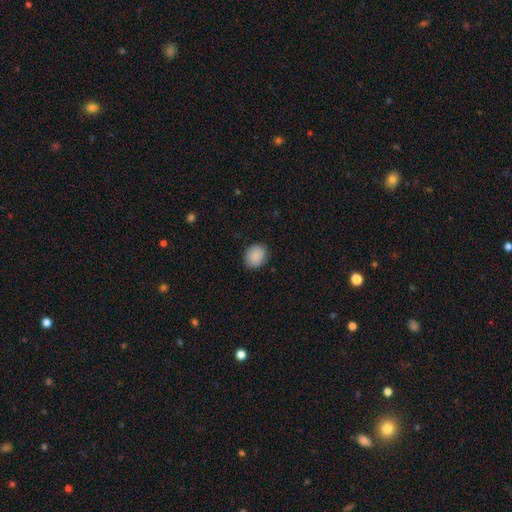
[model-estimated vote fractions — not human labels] smooth_or_featured: smooth (p=0.89) [alt: star or artifact p=0.07]
how_rounded: round (p=0.65) [alt: in between p=0.34]
merging: none (p=0.86) [alt: minor disturbance p=0.10]